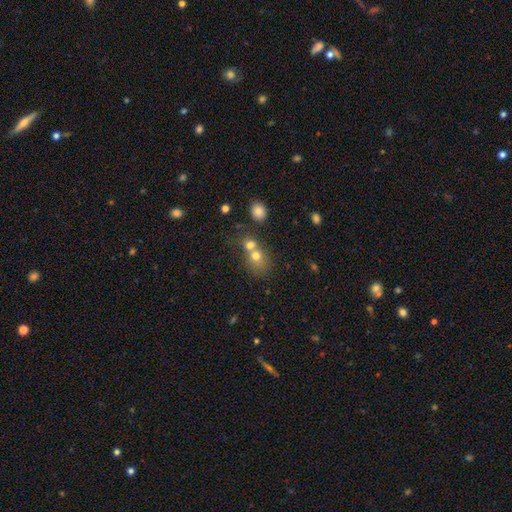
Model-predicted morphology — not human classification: Smooth or featured? Predicted: smooth (p=0.70). How rounded? Predicted: round (p=0.64). Merging? Predicted: merger (p=0.58).